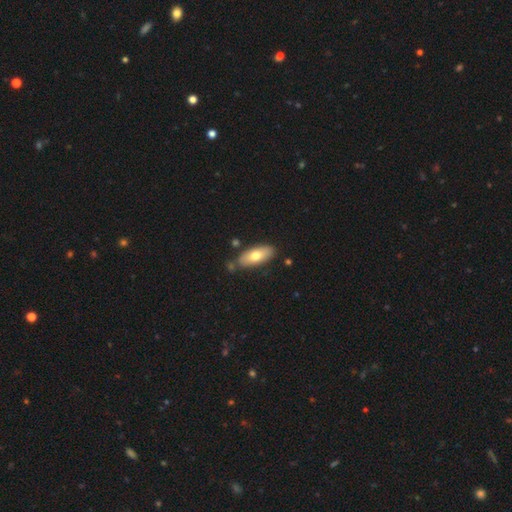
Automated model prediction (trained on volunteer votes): Overall: smooth (70%). How rounded: in between (82%). Merging: none (78%).